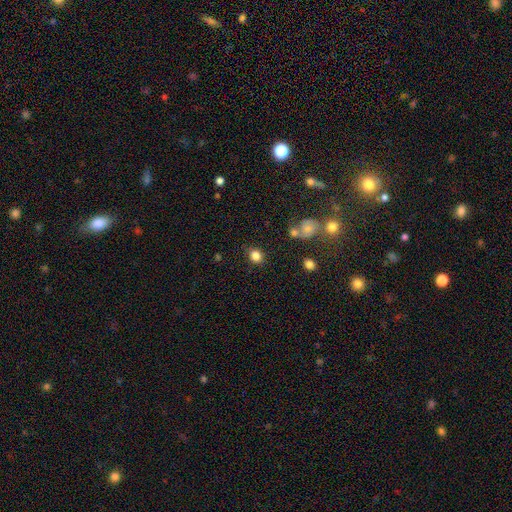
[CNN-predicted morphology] Overall: smooth (83%). How rounded: round (61%; in between 37%). Merging: none (80%).